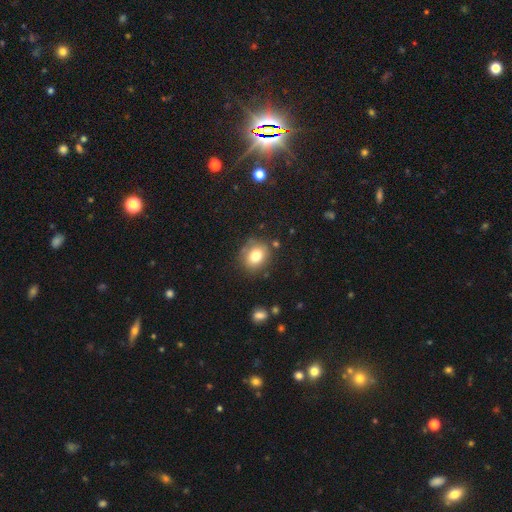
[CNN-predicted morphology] This appears to be a smooth galaxy with no disk features (79%) that is round (60%). Merging: none (77%).